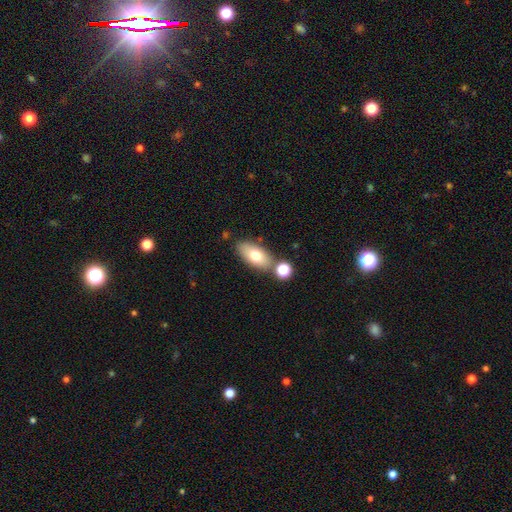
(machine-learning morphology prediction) Overall: smooth (73%). How rounded: in between (88%). Merging: none (70%).